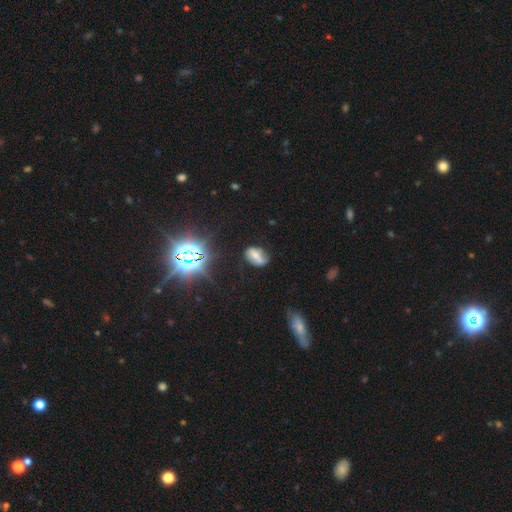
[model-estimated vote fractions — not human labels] Smooth or featured?
  - smooth: 40% *
  - featured or disk: 38%
  - star or artifact: 22%
Merging?
  - none: 57% *
  - minor disturbance: 24%
  - major disturbance: 9%
  - merger: 9%